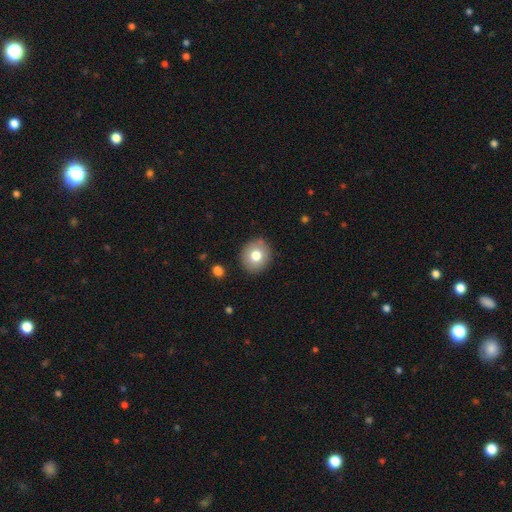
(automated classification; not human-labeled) Overall: smooth (76%). How rounded: round (80%). Merging: none (89%).